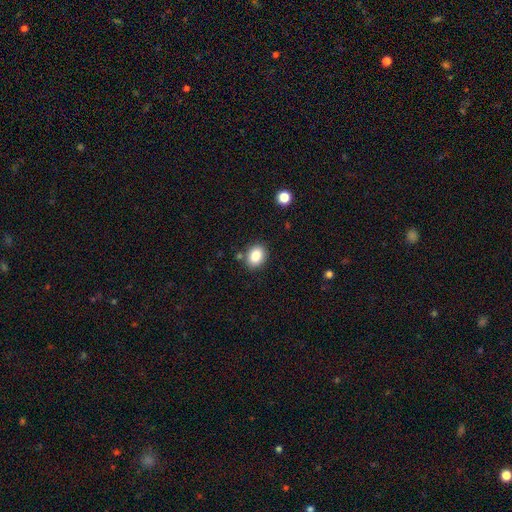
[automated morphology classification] This is clearly a smooth galaxy (86%). How rounded: likely in between (64%). Merging: clearly none (82%).